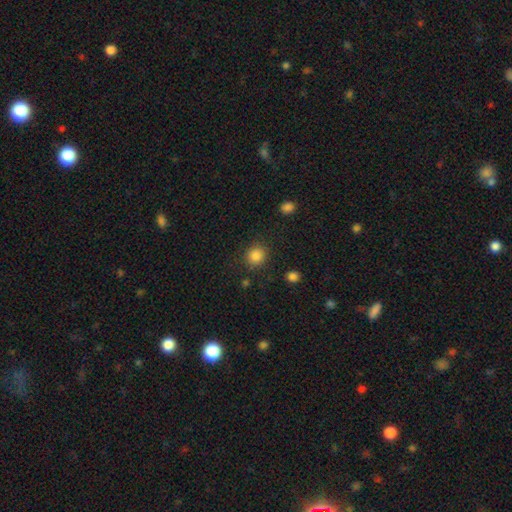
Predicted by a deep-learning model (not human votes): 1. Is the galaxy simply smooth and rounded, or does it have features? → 86% smooth, 10% star or artifact, 4% featured or disk.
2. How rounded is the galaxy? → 87% round, 12% in between, 1% cigar-shaped.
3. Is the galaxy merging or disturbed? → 86% none, 8% minor disturbance, 3% major disturbance, 2% merger.